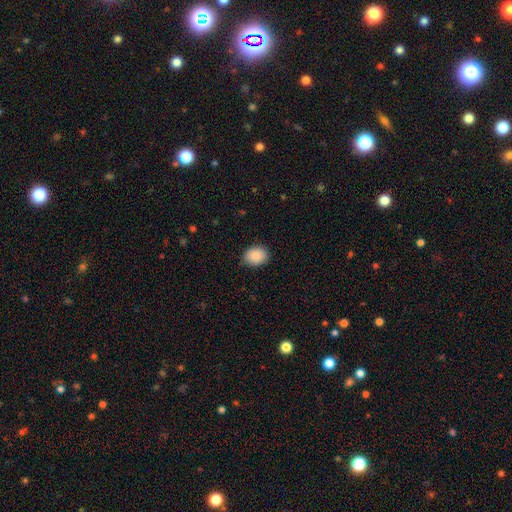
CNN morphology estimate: Smooth or featured?
  - smooth: 89% *
  - star or artifact: 7%
  - featured or disk: 3%
How rounded?
  - in between: 54% *
  - round: 45%
  - cigar-shaped: 1%
Merging?
  - none: 82% *
  - minor disturbance: 15%
  - major disturbance: 3%
  - merger: 1%